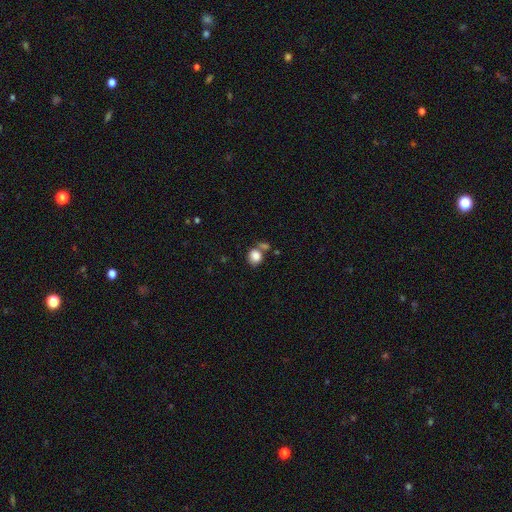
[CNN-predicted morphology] A smooth galaxy with no disk features (84%) that is round (69%). Merging: none (55%).